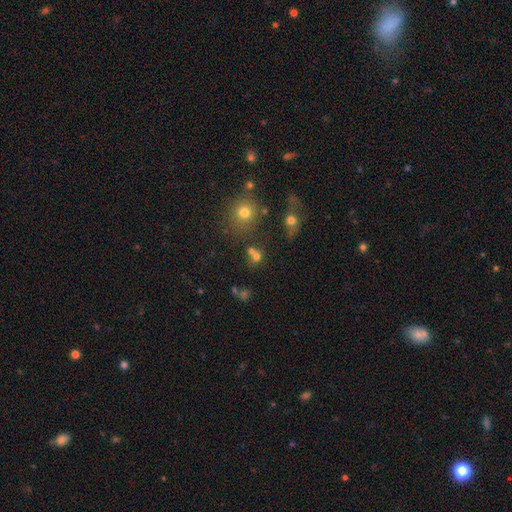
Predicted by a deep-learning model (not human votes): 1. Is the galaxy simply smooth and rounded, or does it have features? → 69% smooth, 20% star or artifact, 11% featured or disk.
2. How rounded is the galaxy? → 76% round, 23% in between, 1% cigar-shaped.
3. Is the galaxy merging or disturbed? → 53% none, 33% merger, 10% minor disturbance, 5% major disturbance.